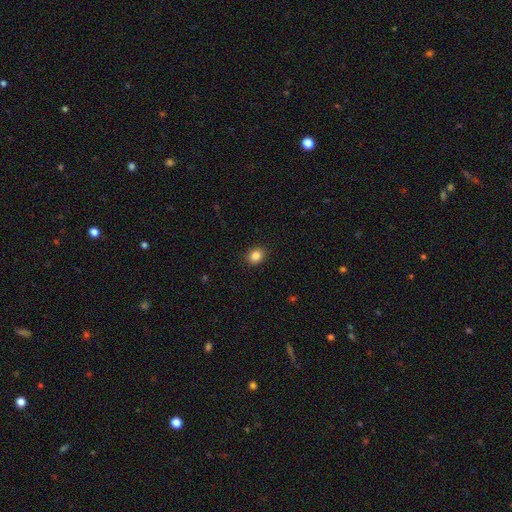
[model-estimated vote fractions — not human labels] A smooth galaxy with no disk features (86%) that is round (61%). Merging: none (91%).